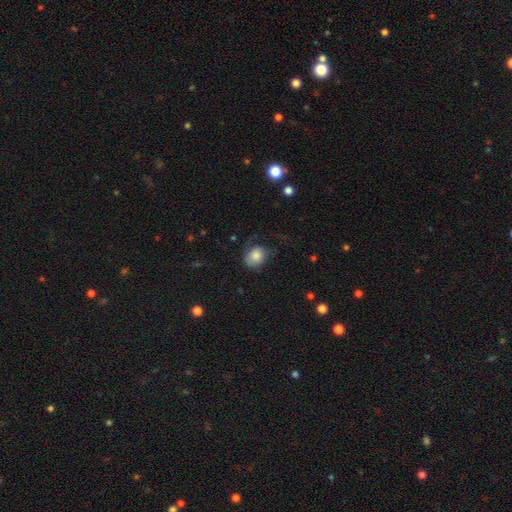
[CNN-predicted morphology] The model was most divided on "how rounded": in between: 58%, round: 41%, cigar-shaped: 1%. Remaining: smooth or featured — smooth (80%); merging — none (50%).